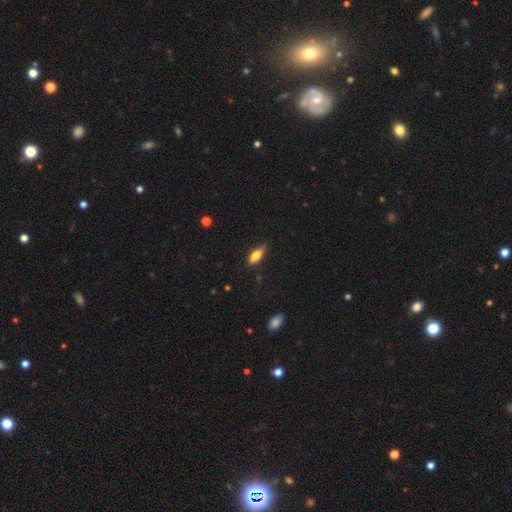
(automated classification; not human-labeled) smooth 74%, featured or disk 19%, star or artifact 7%. Down the decision tree: how rounded — in between (69%); merging — none (72%).